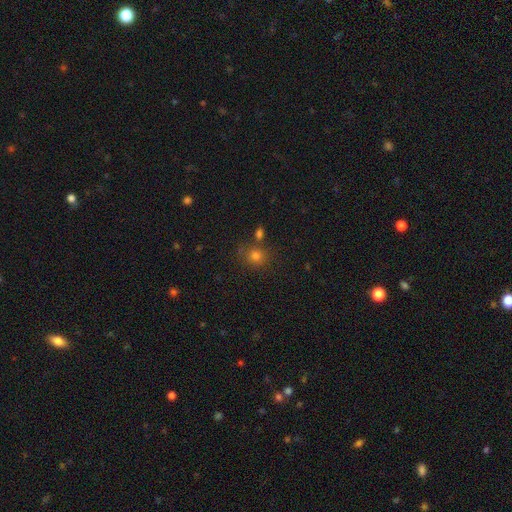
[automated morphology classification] A smooth galaxy with no disk features (76%) that is round (83%).

Vote fractions:
- Smooth or featured? smooth: 76% / star or artifact: 16% / featured or disk: 7%
- How rounded? round: 83% / in between: 16% / cigar-shaped: 1%
- Merging? none: 71% / merger: 13% / minor disturbance: 11% / major disturbance: 4%